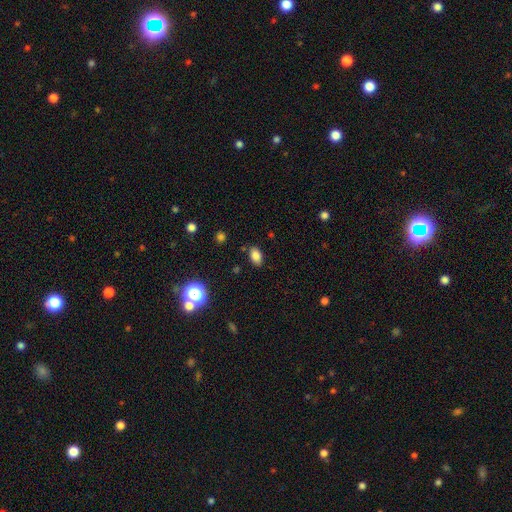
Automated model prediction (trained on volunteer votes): The model was most divided on "smooth or featured": smooth: 82%, star or artifact: 12%, featured or disk: 6%. More confident: how rounded — in between (87%); merging — none (84%).